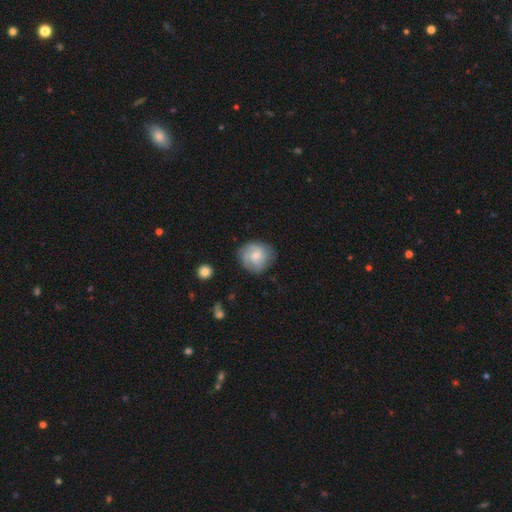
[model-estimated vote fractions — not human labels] Smooth or featured? smooth (47%)
Merging? none (72%)